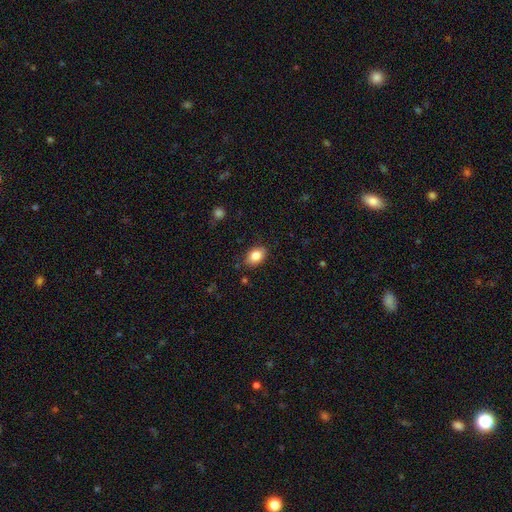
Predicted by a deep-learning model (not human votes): Q: Smooth or featured?
A: smooth (85%); runner-up: star or artifact (8%)
Q: How rounded?
A: in between (78%); runner-up: round (21%)
Q: Merging?
A: none (83%); runner-up: minor disturbance (13%)